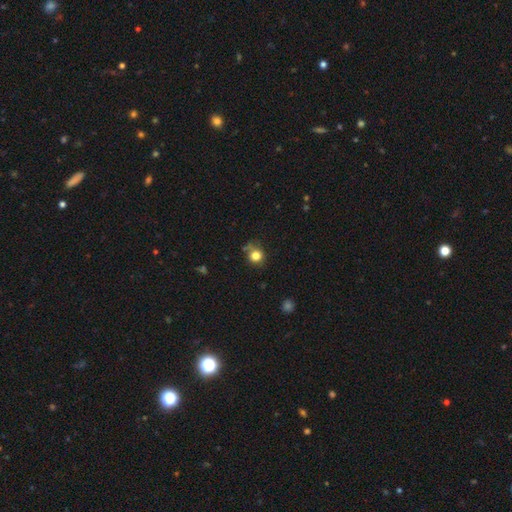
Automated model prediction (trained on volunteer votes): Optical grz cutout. It shows a smooth galaxy with no disk features (80%) that is round (82%). Merging: none (64%).